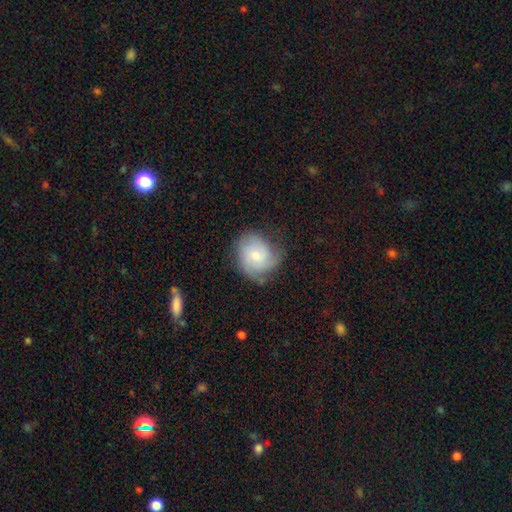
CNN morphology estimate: This is possibly a smooth galaxy (46%, tied with featured or disk). Merging: possibly none (56%).